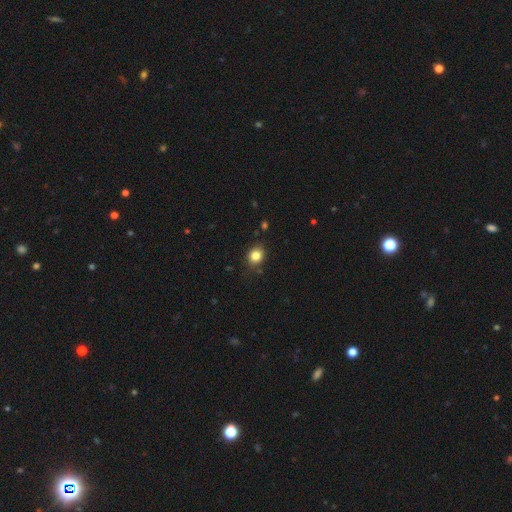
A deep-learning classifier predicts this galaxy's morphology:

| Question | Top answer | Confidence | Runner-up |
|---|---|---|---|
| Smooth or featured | smooth | 83% | star or artifact (11%) |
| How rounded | round | 60% | in between (39%) |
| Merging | none | 83% | minor disturbance (13%) |